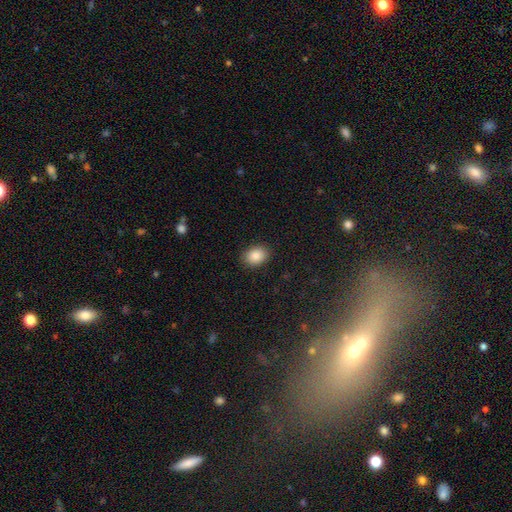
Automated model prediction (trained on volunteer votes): A smooth galaxy with no disk features (88%) that is in between round and cigar-shaped (66%).

Vote fractions:
- Smooth or featured? smooth: 88% / star or artifact: 8% / featured or disk: 4%
- How rounded? in between: 66% / round: 33% / cigar-shaped: 1%
- Merging? none: 89% / minor disturbance: 8% / major disturbance: 2% / merger: 1%